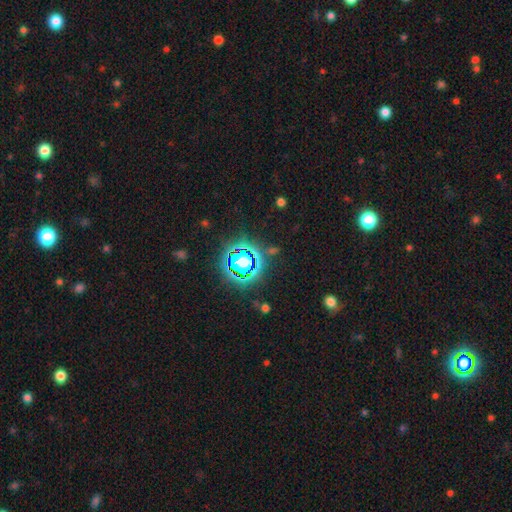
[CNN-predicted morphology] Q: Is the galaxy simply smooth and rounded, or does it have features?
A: star or artifact — 84%.